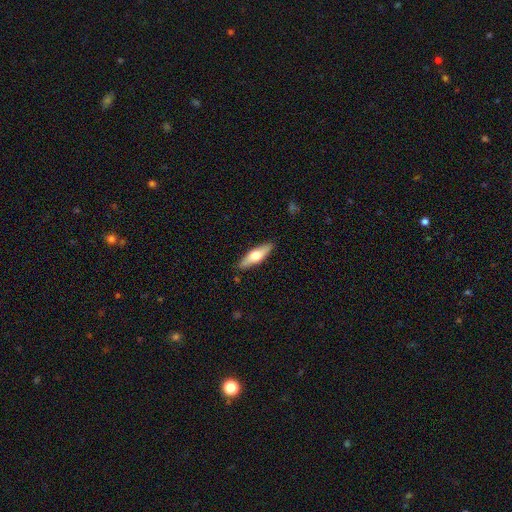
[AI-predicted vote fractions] smooth 54%, featured or disk 41%, star or artifact 5%. Down the decision tree: how rounded — cigar-shaped (54%); merging — none (88%).